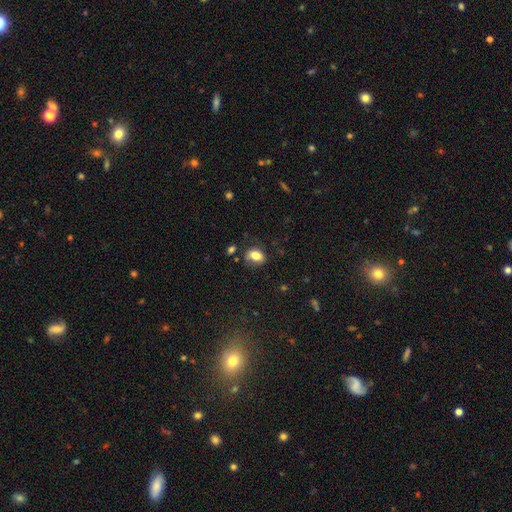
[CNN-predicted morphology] Smooth or featured: smooth — 77% (featured or disk — 13%)
How rounded: in between — 72% (round — 27%)
Merging: none — 69% (minor disturbance — 21%)